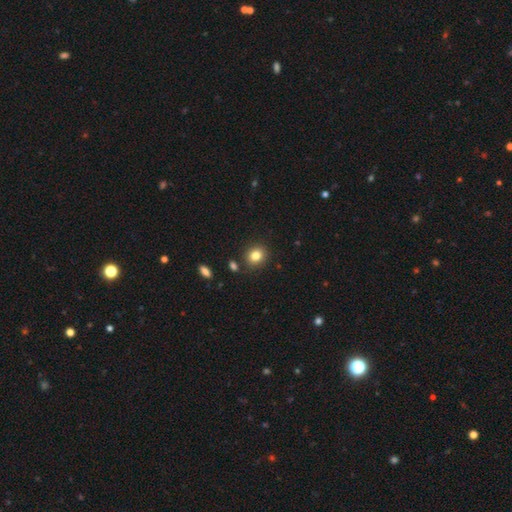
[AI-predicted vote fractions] Smooth or featured? smooth (83%)
How rounded? round (70%)
Merging? none (86%)